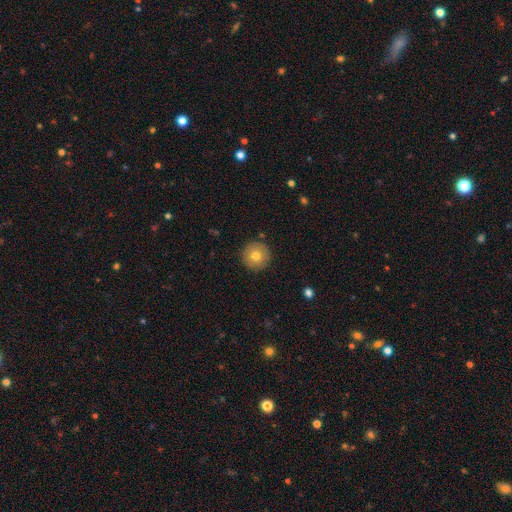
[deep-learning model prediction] This is likely a smooth galaxy (77%). How rounded: clearly round (96%). Merging: clearly none (91%).